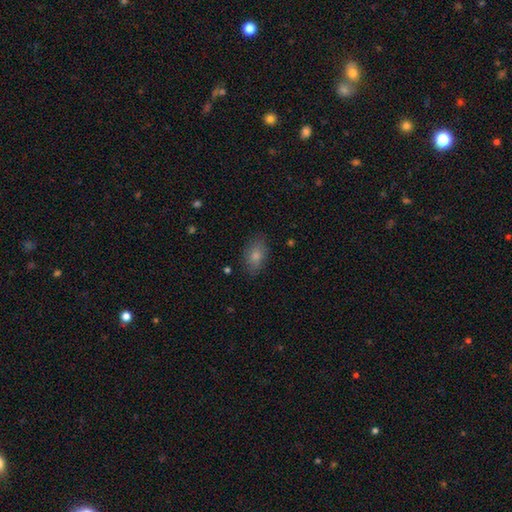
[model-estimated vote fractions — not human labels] smooth-or-featured: smooth: 81% | featured or disk: 10% | star or artifact: 8%
  how-rounded: in between: 87% | round: 11% | cigar-shaped: 2%
  merging: none: 82% | minor disturbance: 13% | major disturbance: 3% | merger: 1%